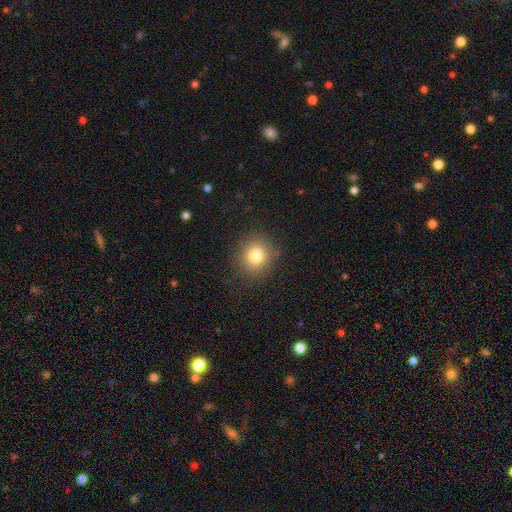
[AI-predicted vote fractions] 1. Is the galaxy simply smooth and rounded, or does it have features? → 79% smooth, 13% star or artifact, 8% featured or disk.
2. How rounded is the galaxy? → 83% round, 16% in between, 1% cigar-shaped.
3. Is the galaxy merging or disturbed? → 86% none, 9% minor disturbance, 4% major disturbance, 1% merger.